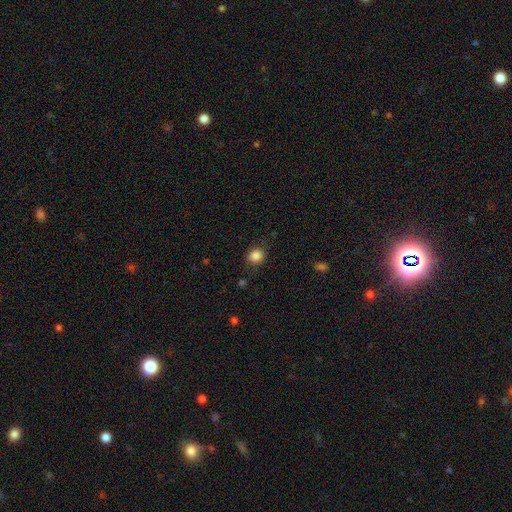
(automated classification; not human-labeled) smooth 86%, star or artifact 10%, featured or disk 4%. Down the decision tree: how rounded — round (71%); merging — none (84%).